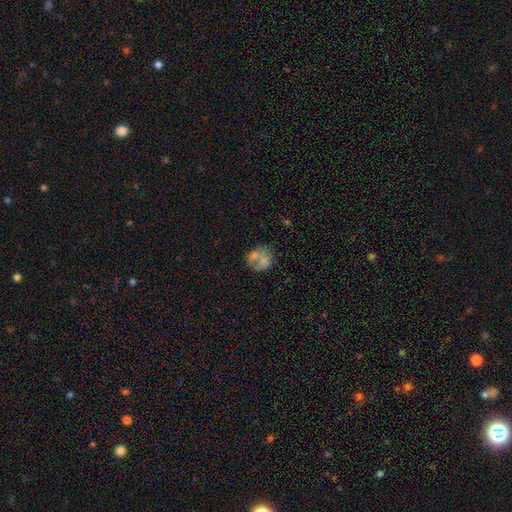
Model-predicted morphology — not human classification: smooth-or-featured: smooth: 60% | featured or disk: 30% | star or artifact: 10%
  how-rounded: round: 66% | in between: 33% | cigar-shaped: 1%
  merging: none: 37% (tied) | merger: 37% (tied) | minor disturbance: 16% | major disturbance: 10%